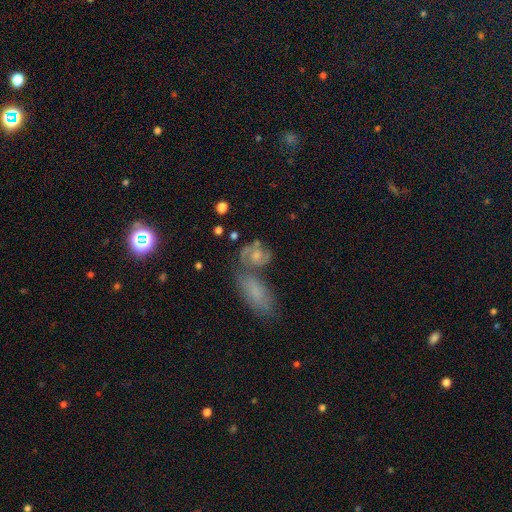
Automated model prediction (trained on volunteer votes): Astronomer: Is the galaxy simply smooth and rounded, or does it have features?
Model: featured or disk — 70%.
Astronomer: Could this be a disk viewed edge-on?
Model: no — 97%.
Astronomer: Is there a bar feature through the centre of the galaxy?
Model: no — 67%.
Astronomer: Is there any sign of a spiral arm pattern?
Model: yes — 90%.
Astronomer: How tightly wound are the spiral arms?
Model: medium — 49% (runner-up: tight, 36%).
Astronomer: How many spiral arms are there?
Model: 2 — 76%.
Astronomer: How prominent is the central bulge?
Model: moderate — 42% (runner-up: small, 31%).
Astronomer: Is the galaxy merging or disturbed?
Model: none — 41% (runner-up: merger, 34%).